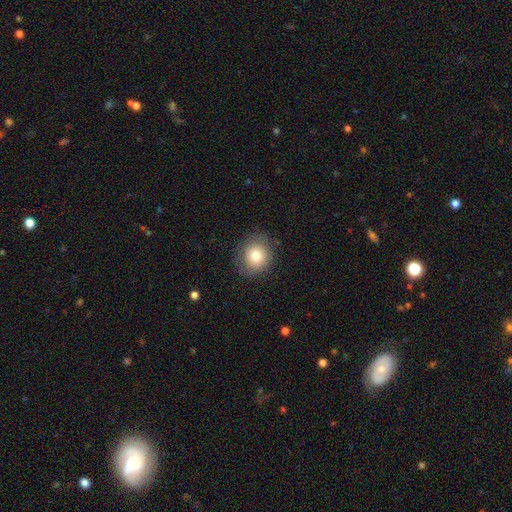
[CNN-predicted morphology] smooth 80%, featured or disk 11%, star or artifact 9%. Down the decision tree: how rounded — round (79%); merging — none (82%).